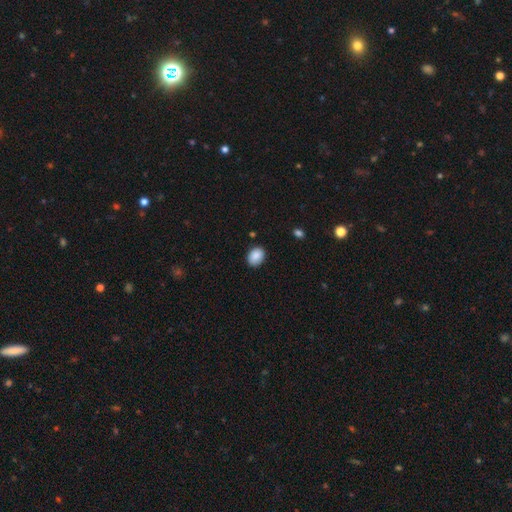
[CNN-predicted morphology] Smooth or featured? Predicted: smooth (p=0.88). How rounded? Predicted: in between (p=0.63). Merging? Predicted: none (p=0.84).